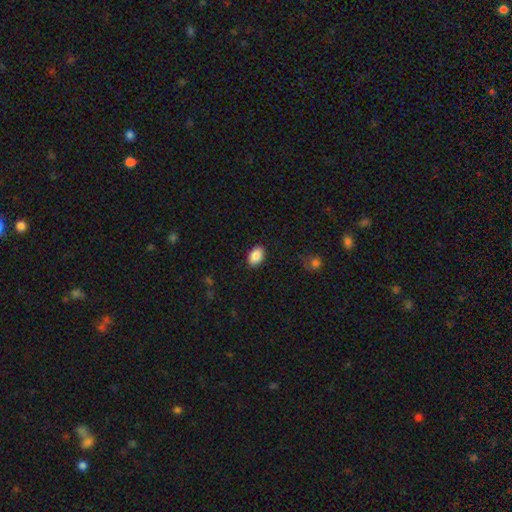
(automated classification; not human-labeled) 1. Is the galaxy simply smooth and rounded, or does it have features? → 89% smooth, 7% star or artifact, 4% featured or disk.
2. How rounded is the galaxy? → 88% in between, 11% round, 1% cigar-shaped.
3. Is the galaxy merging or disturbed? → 87% none, 10% minor disturbance, 2% major disturbance, 1% merger.